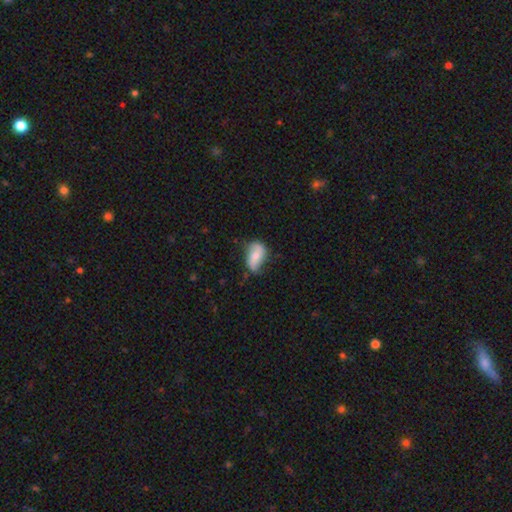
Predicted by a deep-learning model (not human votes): The model was most divided on "smooth or featured": smooth: 51%, featured or disk: 42%, star or artifact: 7%. More confident: how rounded — in between (87%); merging — none (55%).